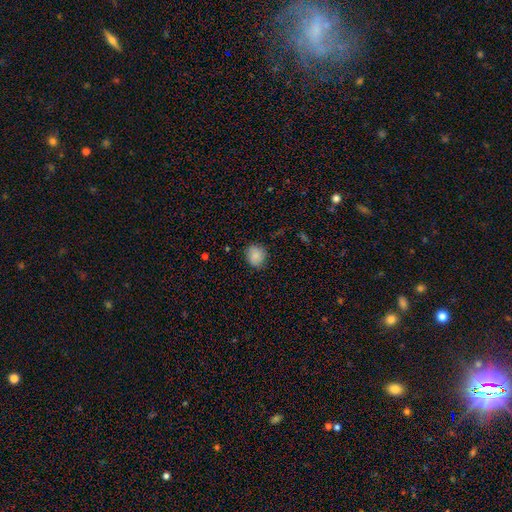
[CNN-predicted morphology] smooth 85%, star or artifact 8%, featured or disk 7%. Down the decision tree: how rounded — round (77%); merging — none (80%).